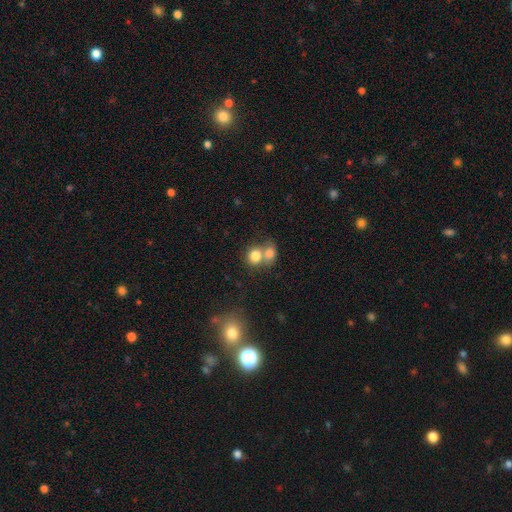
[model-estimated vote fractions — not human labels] Q: Smooth or featured?
A: smooth (79%); runner-up: featured or disk (12%)
Q: How rounded?
A: round (70%); runner-up: in between (29%)
Q: Merging?
A: merger (60%); runner-up: none (30%)